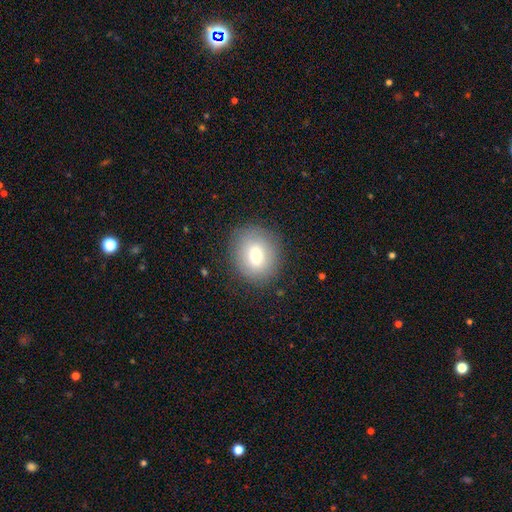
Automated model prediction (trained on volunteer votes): A smooth galaxy with no disk features (70%) that is round (77%).

Vote fractions:
- Smooth or featured? smooth: 70% / featured or disk: 19% / star or artifact: 10%
- How rounded? round: 77% / in between: 22% / cigar-shaped: 1%
- Merging? none: 85% / minor disturbance: 10% / major disturbance: 4% / merger: 1%